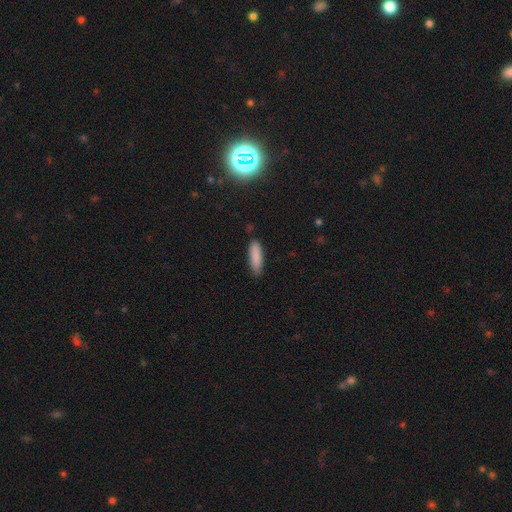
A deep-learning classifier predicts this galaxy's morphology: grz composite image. It shows a smooth galaxy with no disk features (87%) that is cigar-shaped (60%). Merging: none (79%).